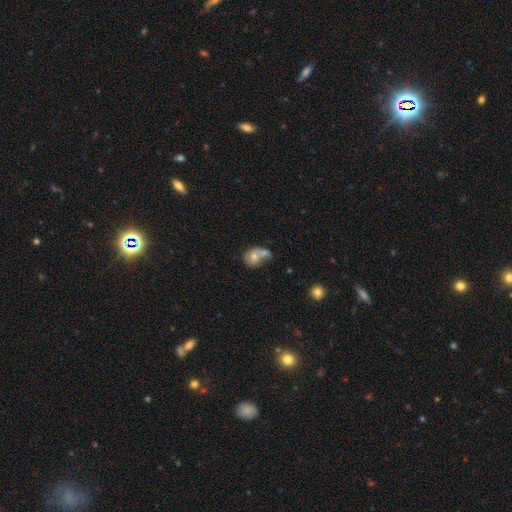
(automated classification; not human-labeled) A smooth galaxy with no disk features (65%) that is round (60%). Merging: merger (60%).